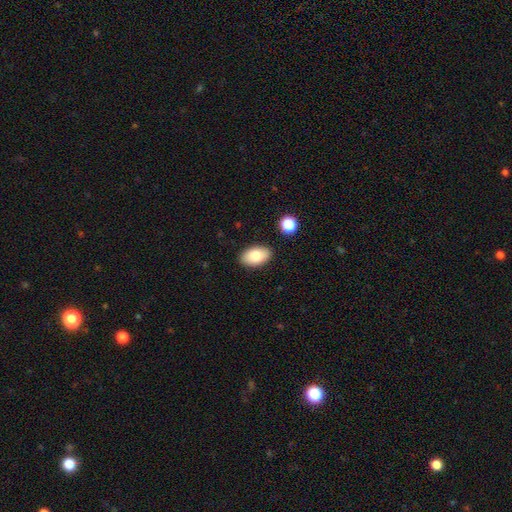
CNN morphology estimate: A smooth galaxy with no disk features (83%) that is in between round and cigar-shaped (94%). Merging: none (87%).